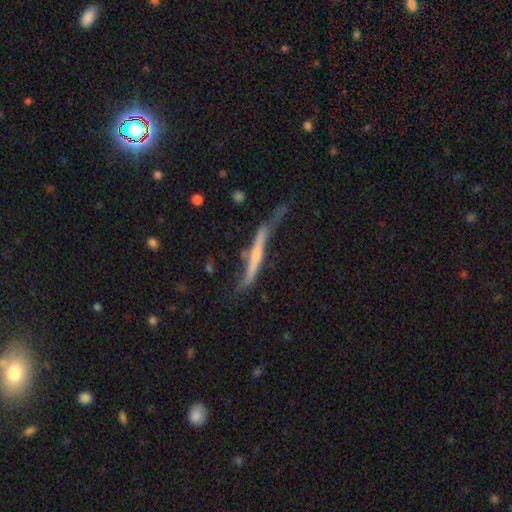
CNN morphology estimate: The model was most divided on "merging": none: 39%, minor disturbance: 32%, major disturbance: 21%, merger: 7%. More confident: edge-on disk — yes (84%); smooth or featured — featured or disk (63%); edge-on bulge — none (53%).